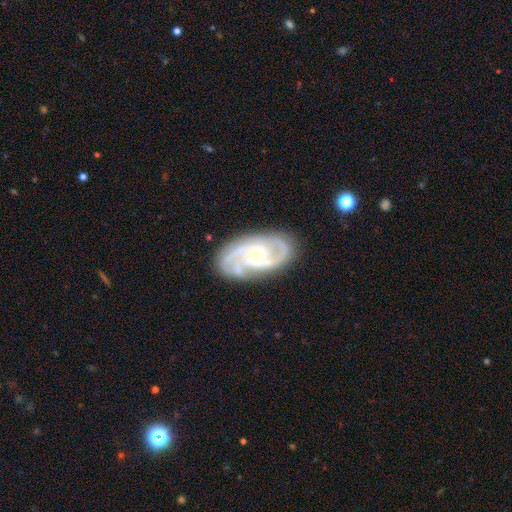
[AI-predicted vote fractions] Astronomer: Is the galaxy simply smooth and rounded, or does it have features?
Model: featured or disk — 89%.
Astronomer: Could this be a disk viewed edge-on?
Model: no — 97%.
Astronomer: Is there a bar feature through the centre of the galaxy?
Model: no — 53% (runner-up: weak, 36%).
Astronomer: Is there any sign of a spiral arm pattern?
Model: yes — 98%.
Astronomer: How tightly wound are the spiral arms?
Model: medium — 49% (runner-up: tight, 41%).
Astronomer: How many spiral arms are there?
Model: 2 — 53%.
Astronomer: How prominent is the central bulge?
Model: small — 75%.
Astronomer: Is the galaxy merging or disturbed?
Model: none — 78%.